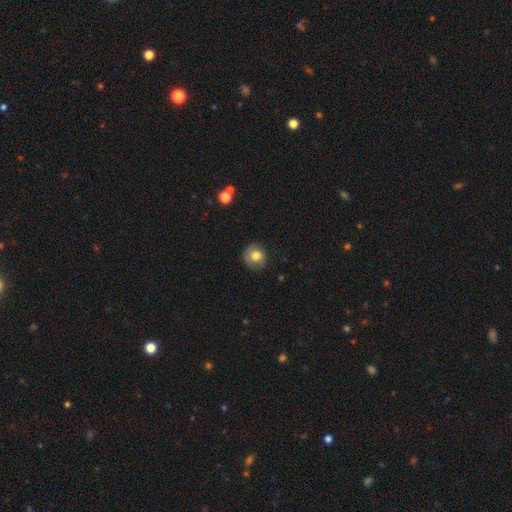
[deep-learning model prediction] Overall: smooth (76%). How rounded: round (87%). Merging: none (76%).